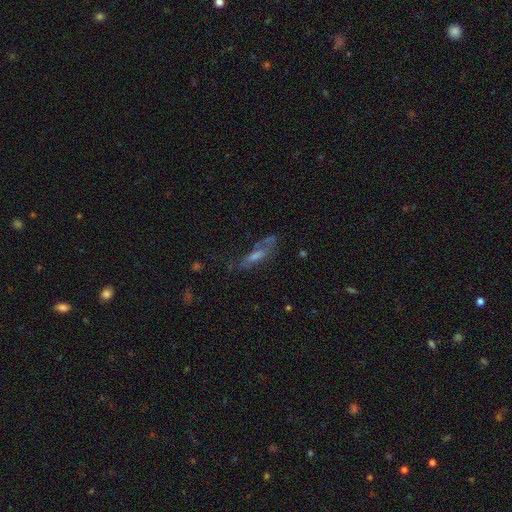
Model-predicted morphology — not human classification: Smooth or featured: featured or disk — 46% (smooth — 36%)
Merging: none — 50% (minor disturbance — 22%)